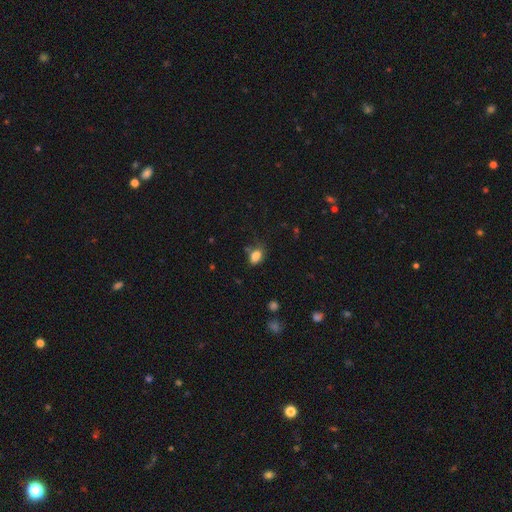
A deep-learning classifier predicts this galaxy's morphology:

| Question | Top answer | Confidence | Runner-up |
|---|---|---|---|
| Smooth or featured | smooth | 83% | star or artifact (11%) |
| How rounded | in between | 81% | round (18%) |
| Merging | none | 61% | minor disturbance (25%) |